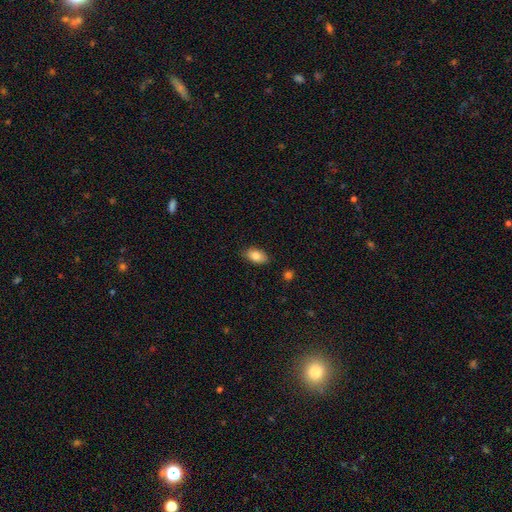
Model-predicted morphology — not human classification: Smooth or featured?
  - smooth: 85% *
  - star or artifact: 8%
  - featured or disk: 8%
How rounded?
  - in between: 91% *
  - round: 7%
  - cigar-shaped: 3%
Merging?
  - none: 84% *
  - minor disturbance: 12%
  - major disturbance: 2%
  - merger: 1%